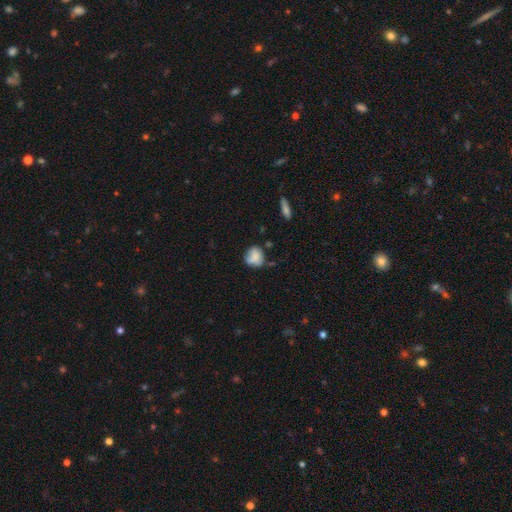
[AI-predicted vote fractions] smooth_or_featured: smooth (p=0.75) [alt: featured or disk p=0.16]
how_rounded: round (p=0.68) [alt: in between p=0.31]
merging: none (p=0.49) [alt: minor disturbance p=0.32]